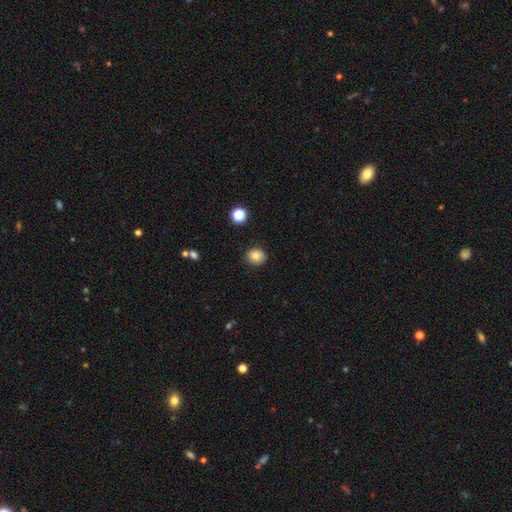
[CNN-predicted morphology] A smooth galaxy with no disk features (83%) that is round (75%).

Vote fractions:
- Smooth or featured? smooth: 83% / star or artifact: 11% / featured or disk: 6%
- How rounded? round: 75% / in between: 24% / cigar-shaped: 1%
- Merging? none: 87% / minor disturbance: 9% / major disturbance: 2% / merger: 1%